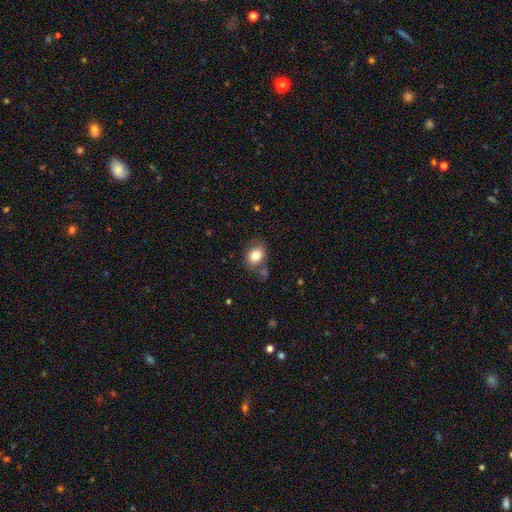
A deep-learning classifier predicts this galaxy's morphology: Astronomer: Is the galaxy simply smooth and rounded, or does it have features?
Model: smooth — 81%.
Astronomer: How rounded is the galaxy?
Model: in between — 53% (runner-up: round, 46%).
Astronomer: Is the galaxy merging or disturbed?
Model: none — 66%.